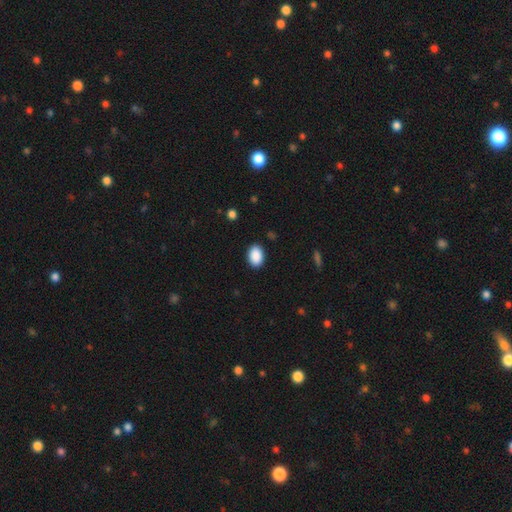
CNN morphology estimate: This is clearly a smooth galaxy (91%). How rounded: clearly in between (86%). Merging: clearly none (89%).